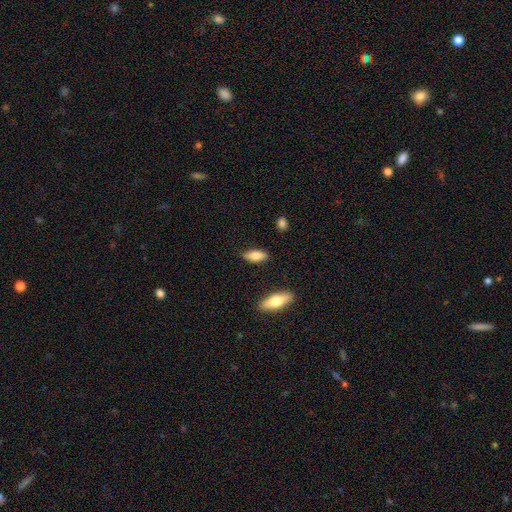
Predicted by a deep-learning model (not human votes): A smooth galaxy with no disk features (78%) that is in between round and cigar-shaped (76%). Merging: none (83%).